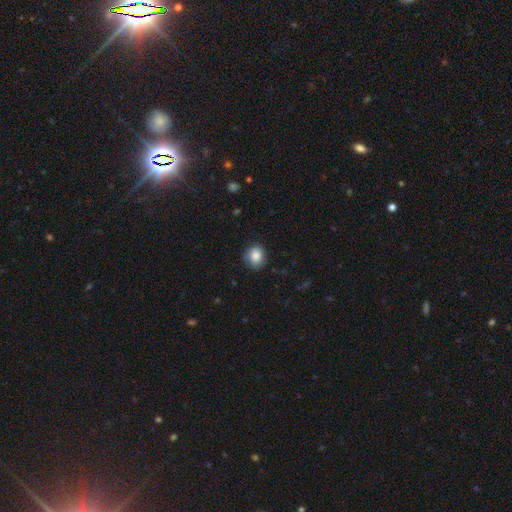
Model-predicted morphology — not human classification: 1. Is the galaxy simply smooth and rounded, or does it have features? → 87% smooth, 8% star or artifact, 5% featured or disk.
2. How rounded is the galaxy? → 73% round, 26% in between, 1% cigar-shaped.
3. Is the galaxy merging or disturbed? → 81% none, 15% minor disturbance, 3% major disturbance, 1% merger.